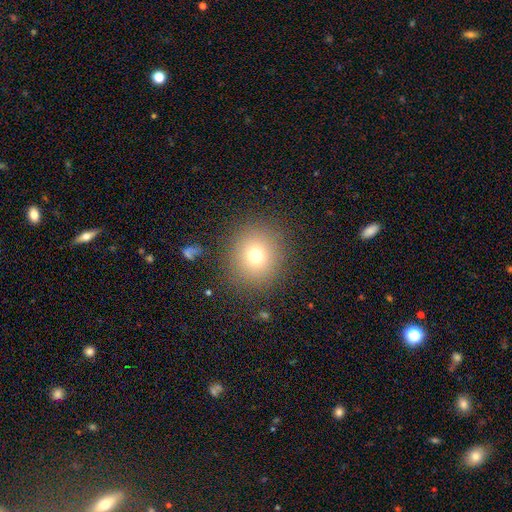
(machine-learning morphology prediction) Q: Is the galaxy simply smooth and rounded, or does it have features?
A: smooth — 72%.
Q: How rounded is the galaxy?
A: round — 86%.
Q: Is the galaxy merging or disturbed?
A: none — 86%.